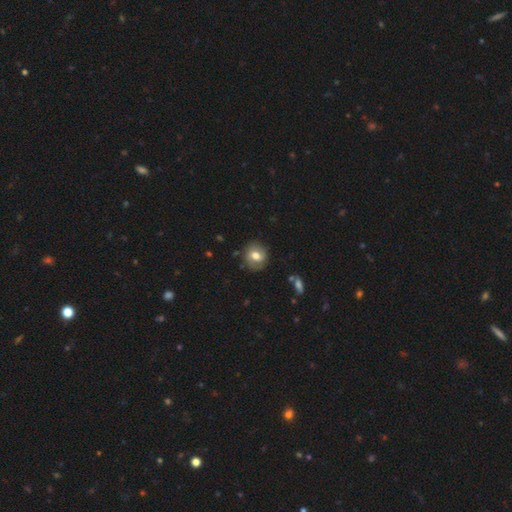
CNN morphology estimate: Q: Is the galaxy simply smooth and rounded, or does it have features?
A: smooth — 65%.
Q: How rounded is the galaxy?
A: round — 77%.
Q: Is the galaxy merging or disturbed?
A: none — 81%.